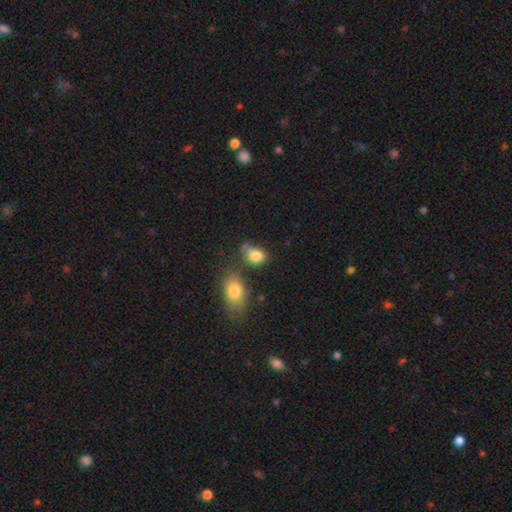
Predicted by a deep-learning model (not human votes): Smooth or featured? smooth (82%)
How rounded? in between (65%)
Merging? none (43%)